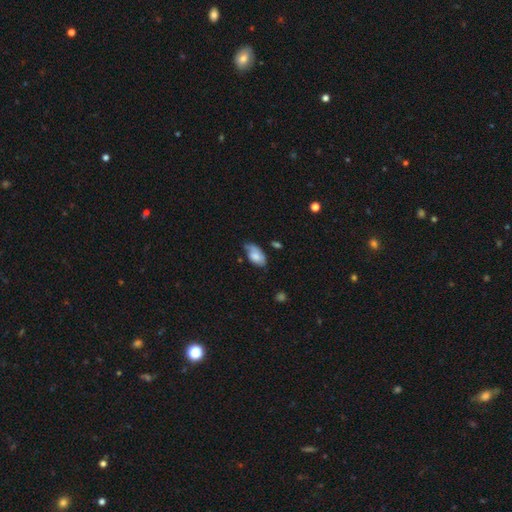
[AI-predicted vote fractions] Smooth or featured? smooth (62%)
How rounded? in between (93%)
Merging? none (45%)